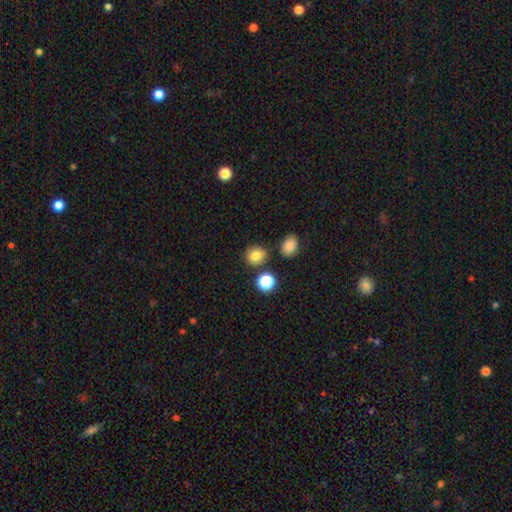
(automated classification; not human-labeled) Overall: smooth (80%). How rounded: round (74%). Merging: none (79%).